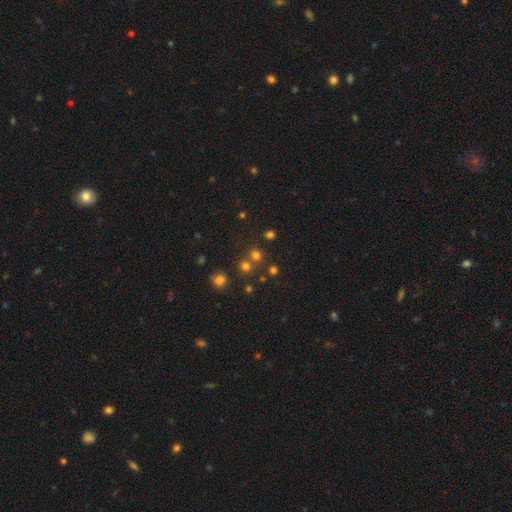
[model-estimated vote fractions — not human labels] This appears to be a smooth galaxy with no disk features (66%) that is round (87%). Merging: none (71%).